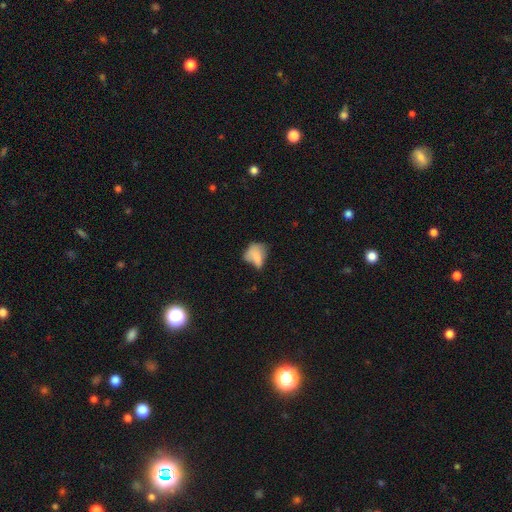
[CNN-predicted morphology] This appears to be a smooth galaxy with no disk features (68%) that is in between round and cigar-shaped (74%). Merging: minor disturbance (33%).